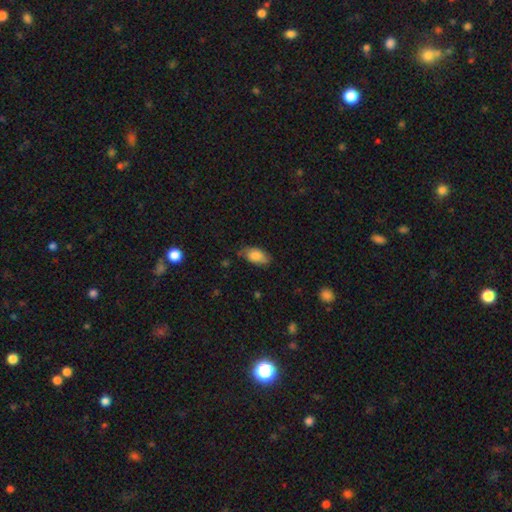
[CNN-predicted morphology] A smooth galaxy with no disk features (81%) that is in between round and cigar-shaped (92%). Merging: none (66%).